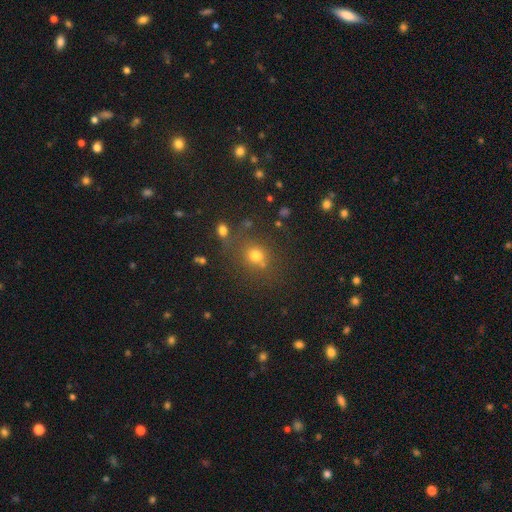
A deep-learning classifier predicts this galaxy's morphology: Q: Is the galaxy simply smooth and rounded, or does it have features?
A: smooth — 67%.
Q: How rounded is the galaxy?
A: round — 80%.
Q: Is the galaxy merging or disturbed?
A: none — 70%.